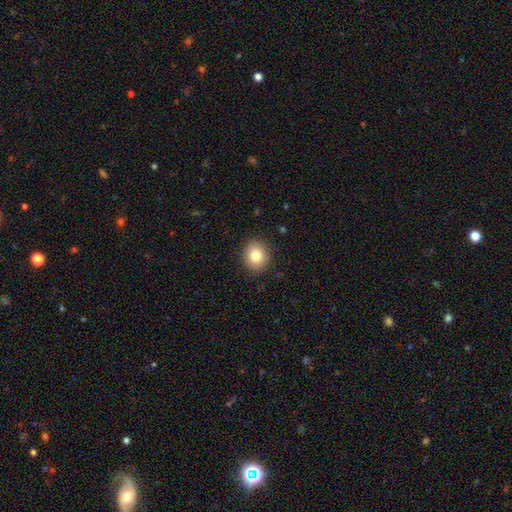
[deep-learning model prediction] smooth 81%, star or artifact 10%, featured or disk 9%. Down the decision tree: how rounded — round (77%); merging — none (89%).